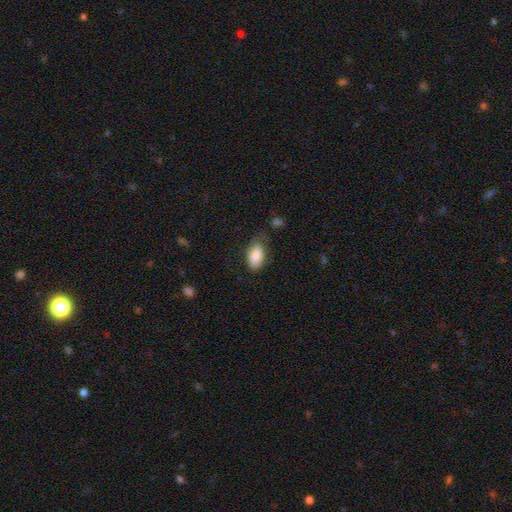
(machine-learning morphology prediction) A smooth galaxy with no disk features (87%) that is in between round and cigar-shaped (93%). Merging: none (62%).